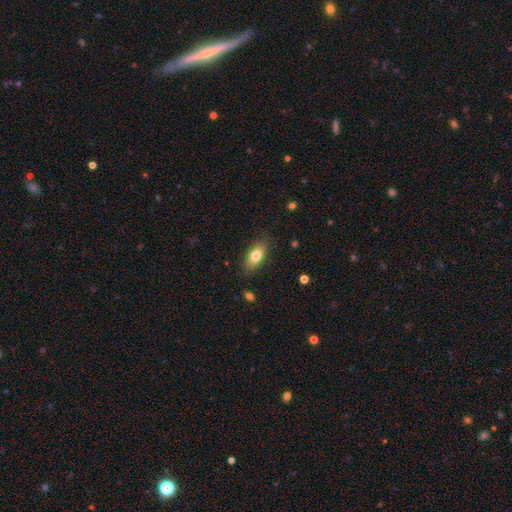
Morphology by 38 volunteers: This appears to be a smooth galaxy with no disk features (68%) that is in between round and cigar-shaped (92%). Merging: none (89%).